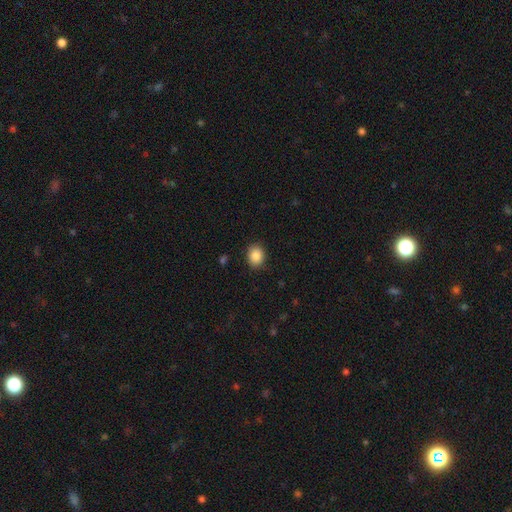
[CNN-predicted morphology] type=smooth (87%); roundness=round (63%); merging=none (88%).